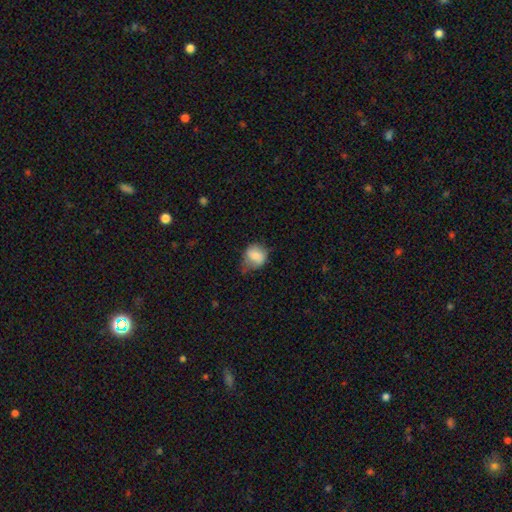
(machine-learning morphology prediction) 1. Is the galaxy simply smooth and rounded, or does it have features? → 74% smooth, 17% featured or disk, 9% star or artifact.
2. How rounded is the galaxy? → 64% round, 35% in between, 1% cigar-shaped.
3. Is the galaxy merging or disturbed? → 40% none, 39% minor disturbance, 19% major disturbance, 2% merger.